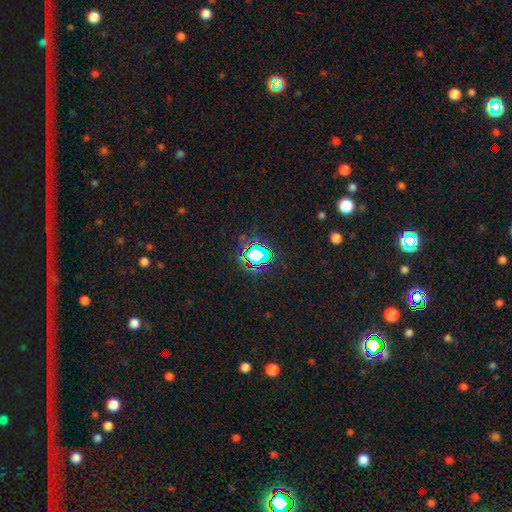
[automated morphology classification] star or artifact 66%, smooth 22%, featured or disk 12%.